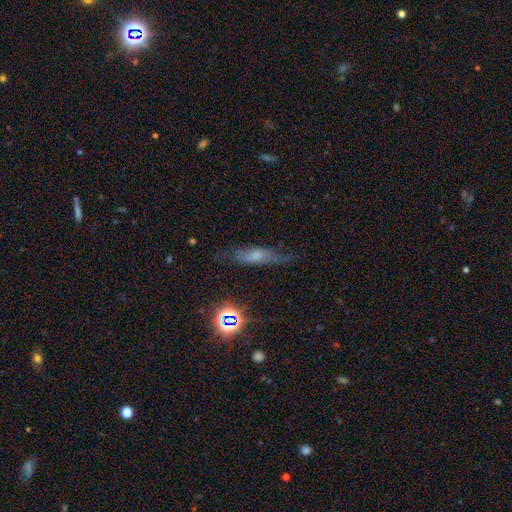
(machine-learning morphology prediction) Overall: smooth (42%; featured or disk 41%). Merging: none (58%; minor disturbance 26%).